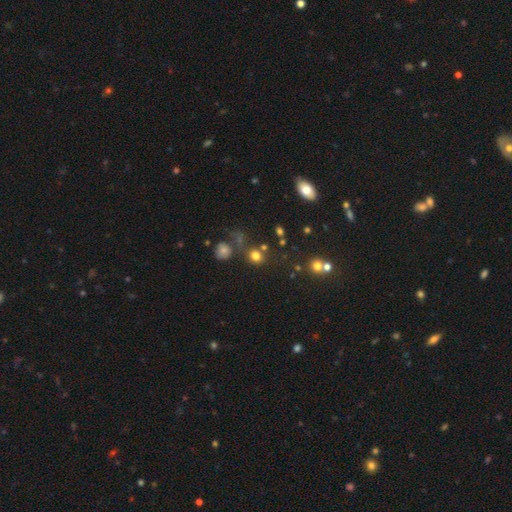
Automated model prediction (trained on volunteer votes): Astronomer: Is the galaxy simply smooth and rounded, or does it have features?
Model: smooth — 75%.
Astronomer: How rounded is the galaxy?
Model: round — 85%.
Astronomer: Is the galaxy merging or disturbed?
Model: none — 67%.